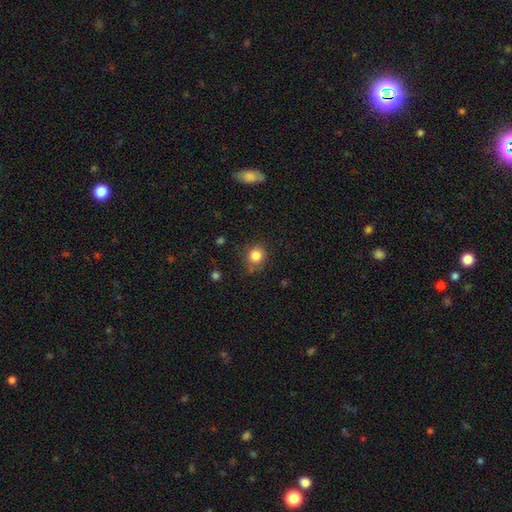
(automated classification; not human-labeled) A smooth galaxy with no disk features (84%) that is round (84%).

Vote fractions:
- Smooth or featured? smooth: 84% / star or artifact: 10% / featured or disk: 5%
- How rounded? round: 84% / in between: 15% / cigar-shaped: 1%
- Merging? none: 76% / minor disturbance: 17% / major disturbance: 5% / merger: 3%